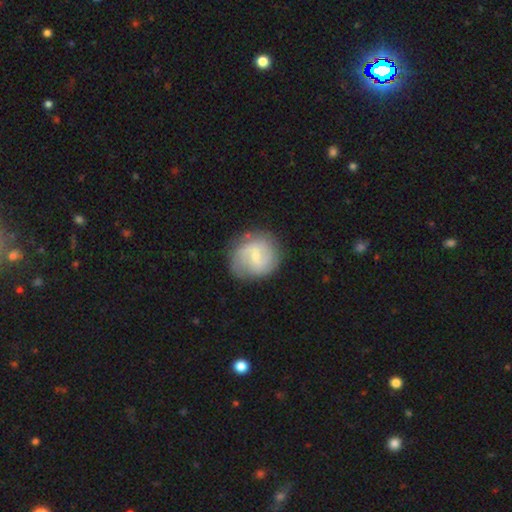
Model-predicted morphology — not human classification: Smooth or featured? Predicted: featured or disk (p=0.64). Edge-on disk? Predicted: no (p=0.98). Bar? Predicted: weak (p=0.55). Spiral arms? Predicted: yes (p=0.88). Spiral winding? Predicted: medium (p=0.44). Spiral arm count? Predicted: 2 (p=0.58). Bulge size? Predicted: small (p=0.67). Merging? Predicted: none (p=0.76).